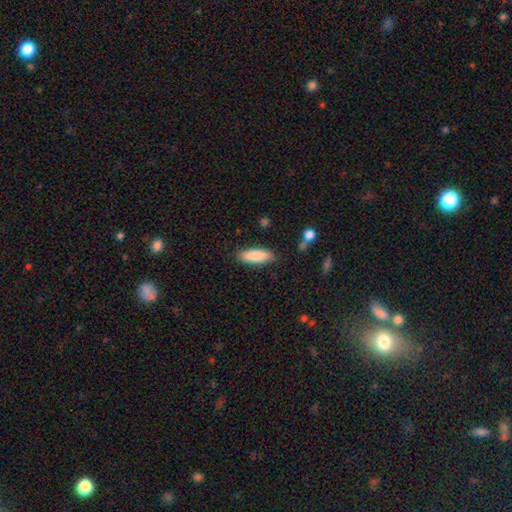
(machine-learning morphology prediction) Smooth or featured?
  - smooth: 86% *
  - featured or disk: 8%
  - star or artifact: 6%
How rounded?
  - in between: 57% *
  - cigar-shaped: 42%
  - round: 2%
Merging?
  - none: 85% *
  - minor disturbance: 11%
  - major disturbance: 2%
  - merger: 2%